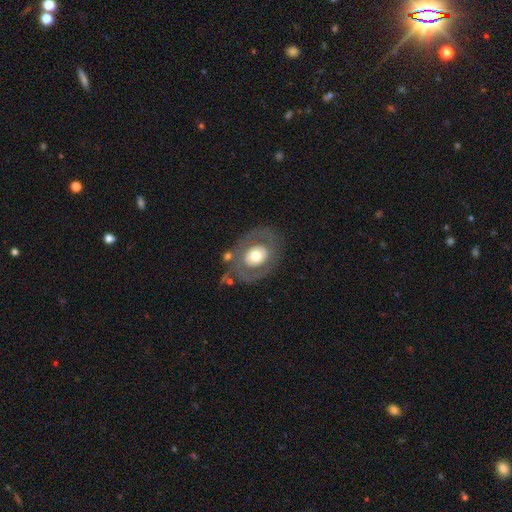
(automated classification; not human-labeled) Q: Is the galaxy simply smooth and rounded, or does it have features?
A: featured or disk — 56%.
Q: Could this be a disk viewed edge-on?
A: no — 94%.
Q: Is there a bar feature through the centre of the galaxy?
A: no — 85%.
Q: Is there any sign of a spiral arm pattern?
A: no — 76%.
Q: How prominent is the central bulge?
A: moderate — 58%.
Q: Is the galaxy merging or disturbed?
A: none — 67%.